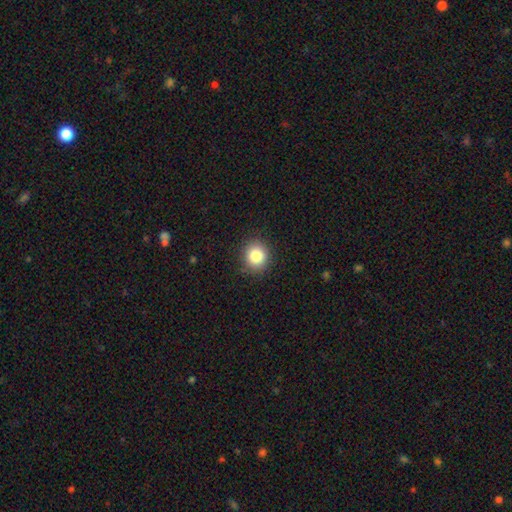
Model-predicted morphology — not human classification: A smooth galaxy with no disk features (84%) that is round (84%). Merging: none (88%).